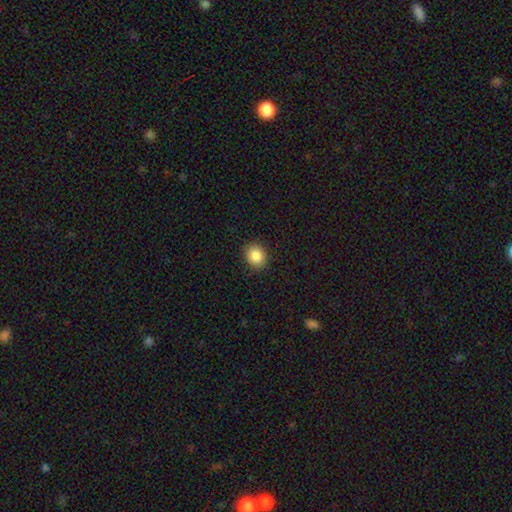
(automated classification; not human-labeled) Smooth or featured: smooth — 87% (star or artifact — 9%)
How rounded: round — 68% (in between — 31%)
Merging: none — 89% (minor disturbance — 8%)